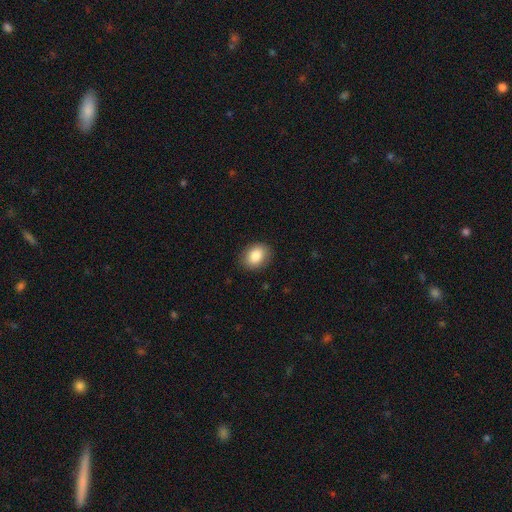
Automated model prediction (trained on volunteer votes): Overall: smooth (85%). How rounded: in between (61%; round 39%). Merging: none (88%).